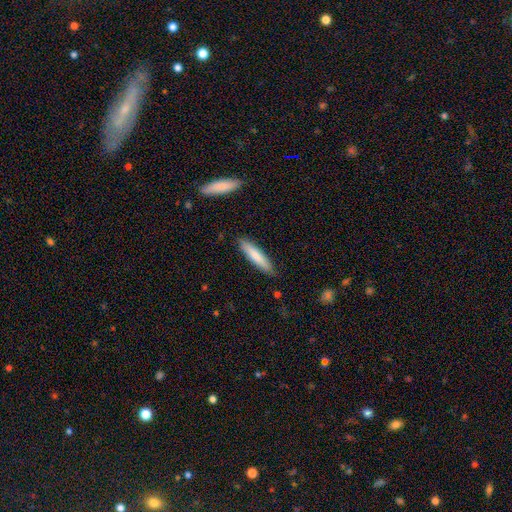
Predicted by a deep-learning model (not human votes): smooth_or_featured: smooth (p=0.79) [alt: featured or disk p=0.16]
how_rounded: cigar-shaped (p=0.82) [alt: in between p=0.17]
merging: none (p=0.86) [alt: minor disturbance p=0.11]